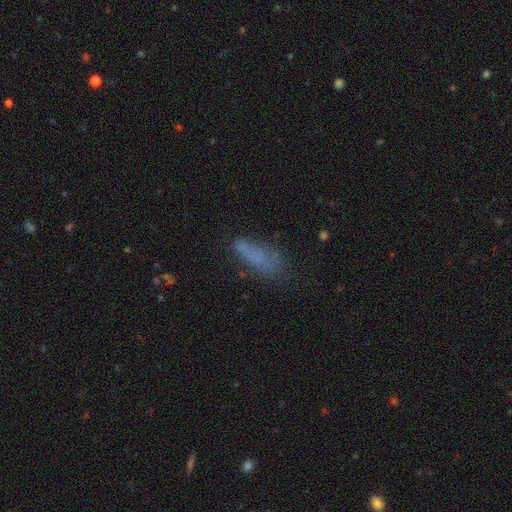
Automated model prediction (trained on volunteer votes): Smooth or featured?
  - smooth: 67% *
  - featured or disk: 18%
  - star or artifact: 14%
How rounded?
  - in between: 52% *
  - cigar-shaped: 46%
  - round: 3%
Merging?
  - none: 55% *
  - minor disturbance: 25%
  - major disturbance: 15%
  - merger: 4%